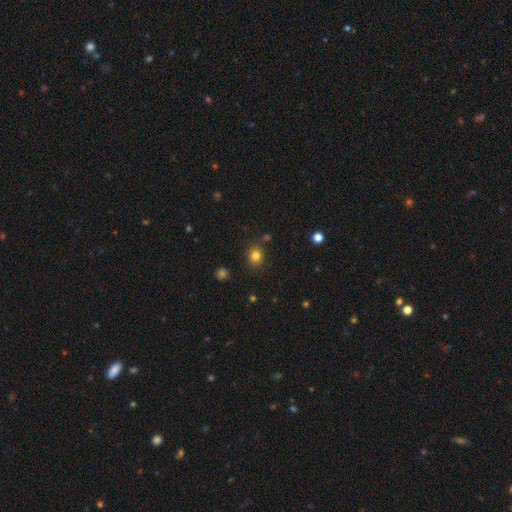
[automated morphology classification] Smooth or featured? smooth (81%)
How rounded? round (78%)
Merging? none (84%)